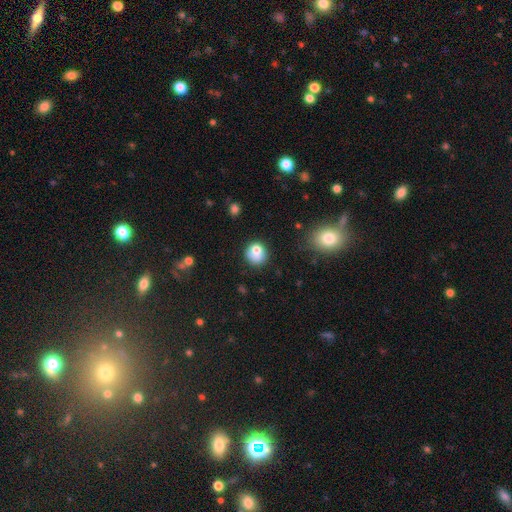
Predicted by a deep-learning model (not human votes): This appears to be a smooth galaxy with no disk features (75%) that is round (84%). Merging: none (61%).